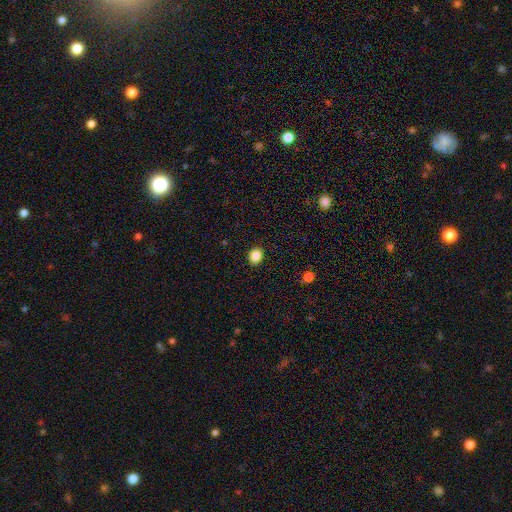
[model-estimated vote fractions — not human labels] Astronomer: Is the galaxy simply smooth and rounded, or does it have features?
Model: smooth — 87%.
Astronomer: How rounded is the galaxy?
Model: round — 57% (runner-up: in between, 42%).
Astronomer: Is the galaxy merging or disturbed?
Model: none — 90%.